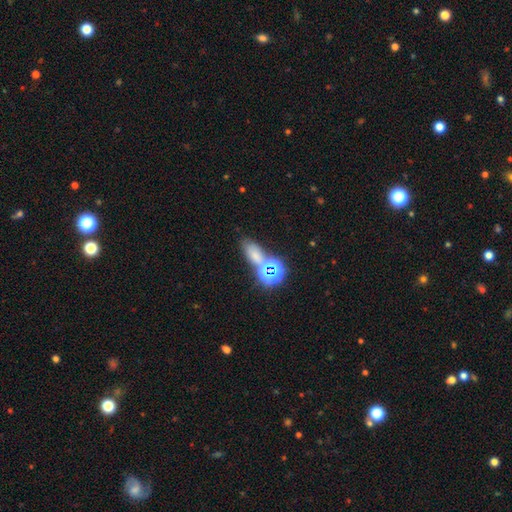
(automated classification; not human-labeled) Smooth or featured? Predicted: smooth (p=0.59). How rounded? Predicted: in between (p=0.76). Merging? Predicted: none (p=0.57).